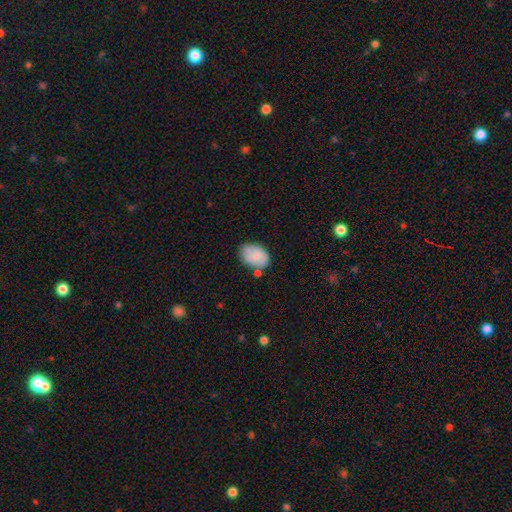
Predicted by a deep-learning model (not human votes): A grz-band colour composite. It shows a smooth galaxy with no disk features (75%) that is in between round and cigar-shaped (79%). Merging: none (55%).